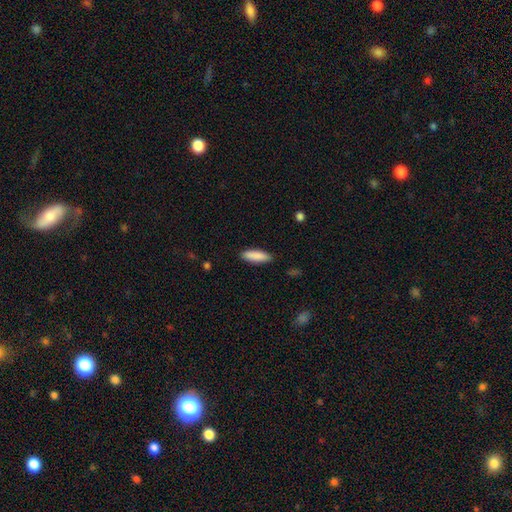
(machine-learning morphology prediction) Q: Smooth or featured?
A: smooth (88%); runner-up: featured or disk (6%)
Q: How rounded?
A: cigar-shaped (53%); runner-up: in between (45%)
Q: Merging?
A: none (87%); runner-up: minor disturbance (10%)